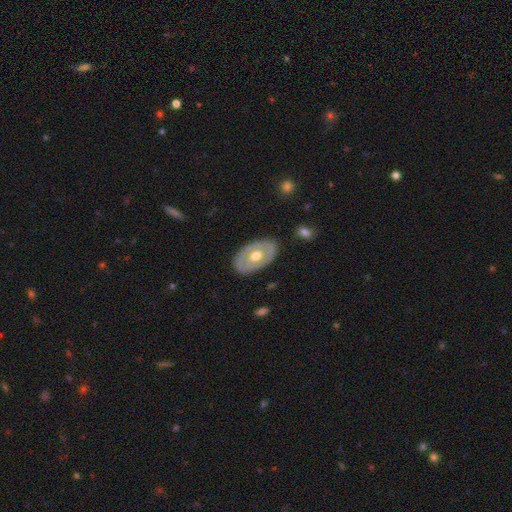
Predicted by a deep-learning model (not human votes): This is possibly a featured or disk galaxy (57%). It is clearly not viewed edge-on (89%). Bar: clearly no (87%). Spiral arm pattern: clearly no (87%). Central bulge: likely moderate (77%). Merging: clearly none (82%).